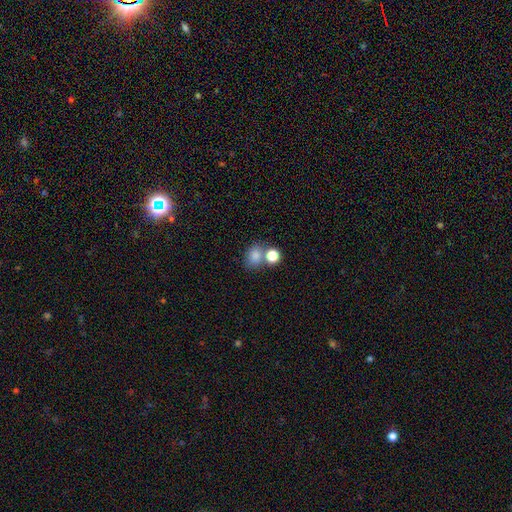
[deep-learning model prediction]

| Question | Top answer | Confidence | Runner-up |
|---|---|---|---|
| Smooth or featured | smooth | 79% | star or artifact (14%) |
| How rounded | round | 54% | in between (45%) |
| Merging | none | 54% | merger (30%) |